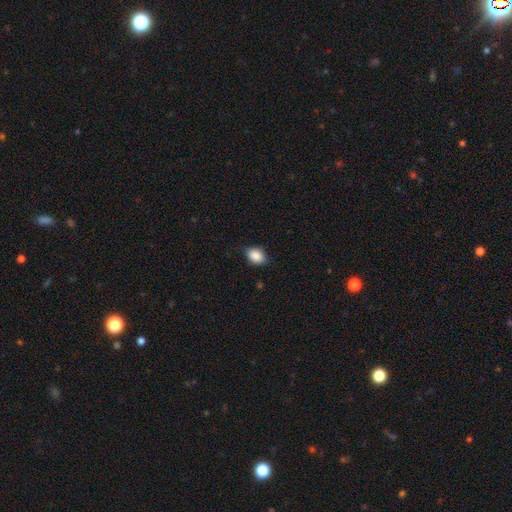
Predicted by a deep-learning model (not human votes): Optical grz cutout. It shows a smooth galaxy with no disk features (88%) that is in between round and cigar-shaped (74%). Merging: none (81%).